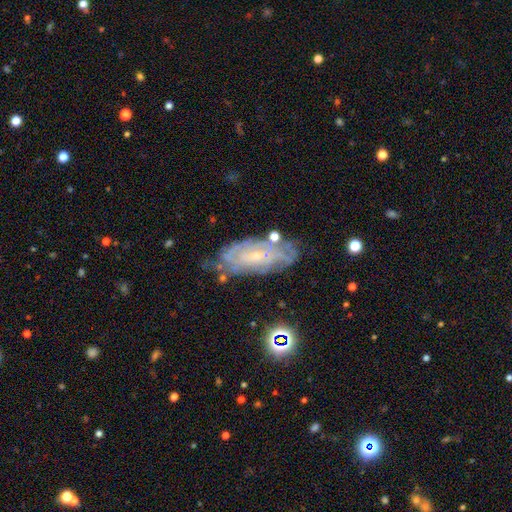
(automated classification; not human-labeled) Smooth or featured: featured or disk — 75% (smooth — 16%)
Edge-on disk: no — 90% (yes — 10%)
Bar: no — 60% (weak — 31%)
Spiral arms: yes — 86% (no — 14%)
Spiral winding: tight — 69% (medium — 24%)
Spiral arm count: can't tell — 58% (2 — 16%)
Bulge size: small — 78% (moderate — 16%)
Merging: none — 66% (minor disturbance — 22%)